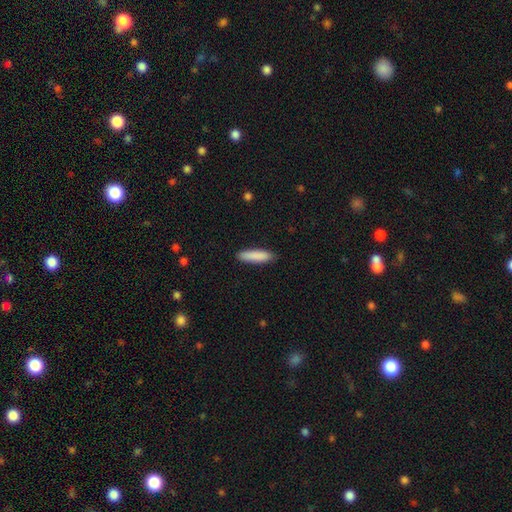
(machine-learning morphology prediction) A smooth galaxy with no disk features (88%) that is cigar-shaped (73%).

Vote fractions:
- Smooth or featured? smooth: 88% / featured or disk: 6% / star or artifact: 6%
- How rounded? cigar-shaped: 73% / in between: 26% / round: 1%
- Merging? none: 88% / minor disturbance: 9% / major disturbance: 2% / merger: 1%